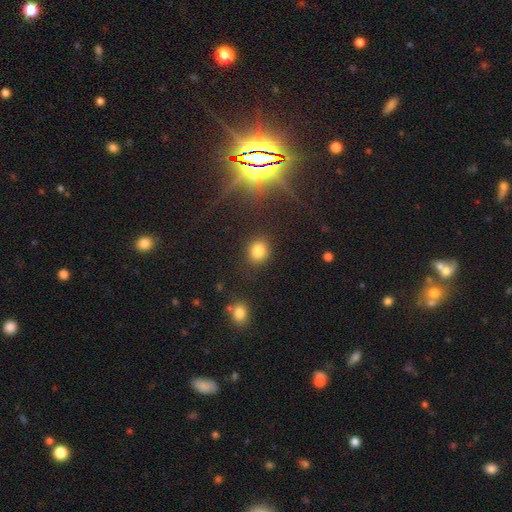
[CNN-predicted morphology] Smooth or featured: smooth — 78% (star or artifact — 16%)
How rounded: round — 74% (in between — 24%)
Merging: none — 88% (minor disturbance — 7%)